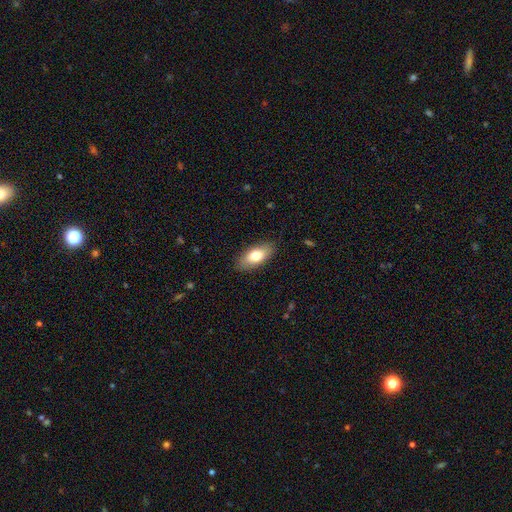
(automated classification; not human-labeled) Smooth or featured?
  - smooth: 75% *
  - featured or disk: 19%
  - star or artifact: 7%
How rounded?
  - in between: 87% *
  - cigar-shaped: 9%
  - round: 3%
Merging?
  - none: 86% *
  - minor disturbance: 10%
  - major disturbance: 2%
  - merger: 1%